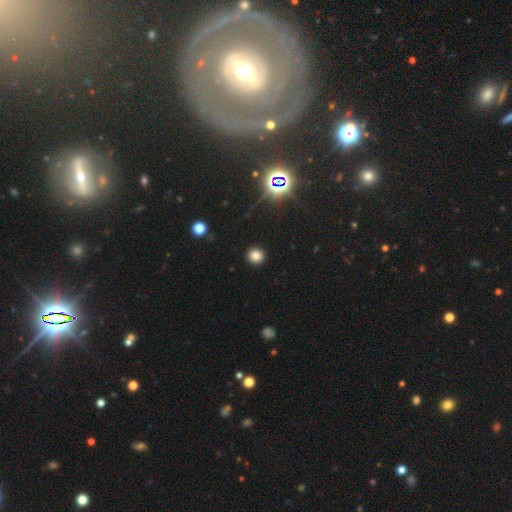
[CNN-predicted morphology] Q: Smooth or featured?
A: smooth (80%); runner-up: star or artifact (15%)
Q: How rounded?
A: round (92%); runner-up: in between (7%)
Q: Merging?
A: none (92%); runner-up: minor disturbance (5%)